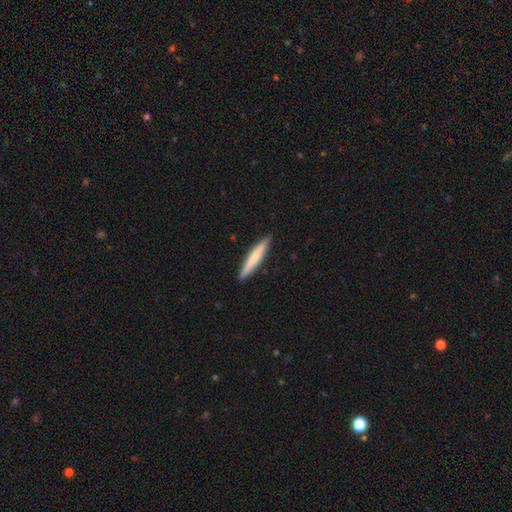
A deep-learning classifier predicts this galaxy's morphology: A smooth galaxy with no disk features (65%) that is cigar-shaped (94%). Merging: none (91%).